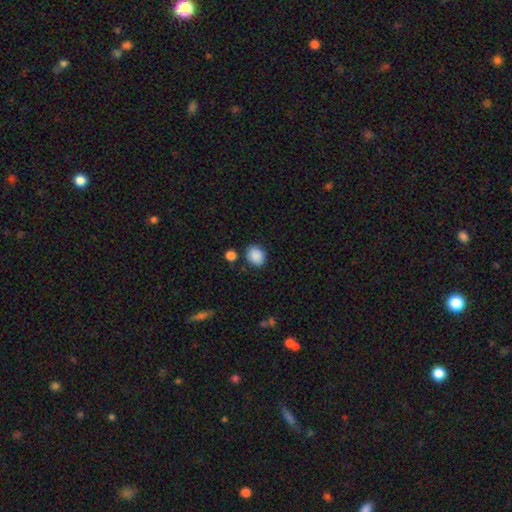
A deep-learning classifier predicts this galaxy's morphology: Smooth or featured? Predicted: smooth (p=0.89). How rounded? Predicted: round (p=0.56). Merging? Predicted: none (p=0.82).